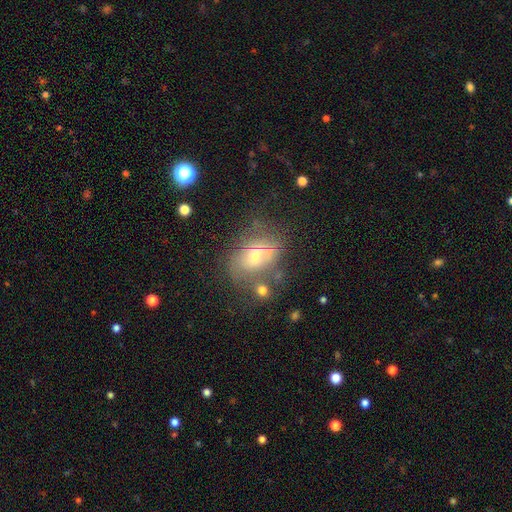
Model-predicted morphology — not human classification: The model was most divided on "smooth or featured": featured or disk: 44%, smooth: 41%, star or artifact: 14%. Remaining: merging — none (48%).